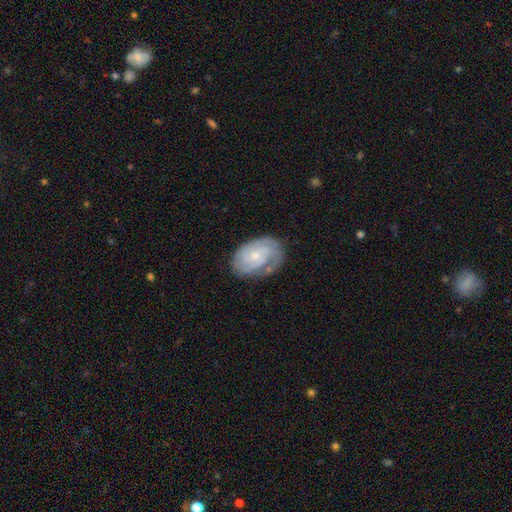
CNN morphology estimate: smooth-or-featured: featured or disk: 76% | smooth: 18% | star or artifact: 6%
  disk-edge-on: no: 97% | yes: 3%
    bar: no: 72% | weak: 25% | strong: 4%
    has-spiral-arms: yes: 93% | no: 7%
      spiral-winding: tight: 63% | medium: 28% | loose: 8%
      spiral-arm-count: can't tell: 33% | 2: 30% | 3: 20% | 1: 7% | 4: 6% | more than 4: 4%
    bulge-size: small: 70% | moderate: 25% | none: 3% | large: 1% | dominant: 1%
  merging: none: 65% | minor disturbance: 24% | major disturbance: 9% | merger: 2%